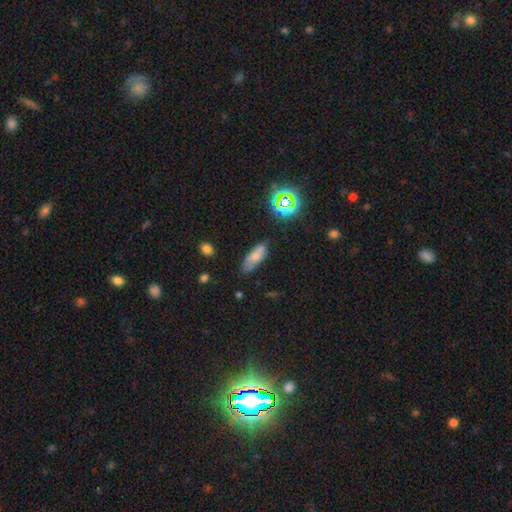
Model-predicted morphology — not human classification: type=smooth (71%); roundness=in between (70%); merging=none (65%).